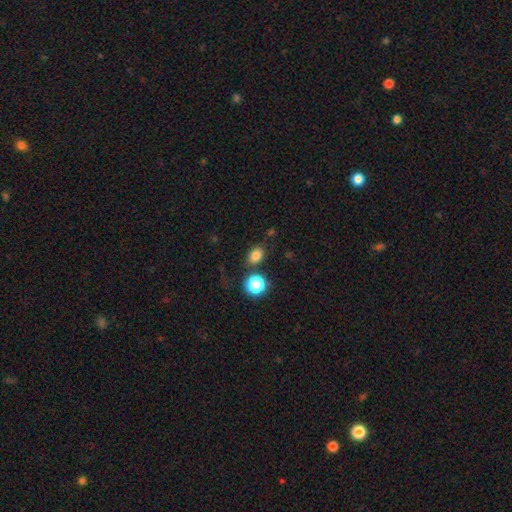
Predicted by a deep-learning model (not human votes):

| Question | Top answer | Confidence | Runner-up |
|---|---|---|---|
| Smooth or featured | smooth | 81% | star or artifact (14%) |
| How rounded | in between | 53% | round (46%) |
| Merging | none | 76% | minor disturbance (11%) |